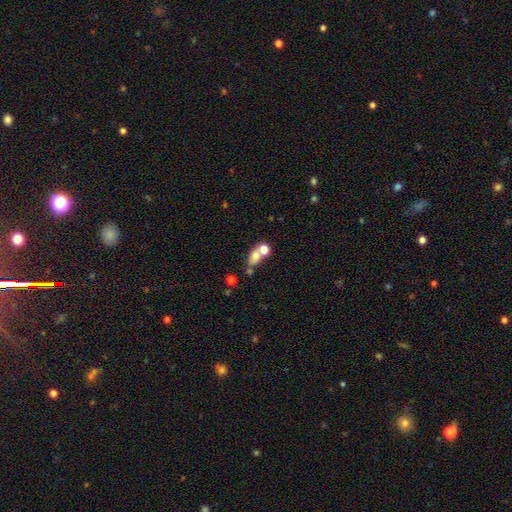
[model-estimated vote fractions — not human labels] Morphology: type=smooth (68%); roundness=in between (60%); merging=merger (54%).